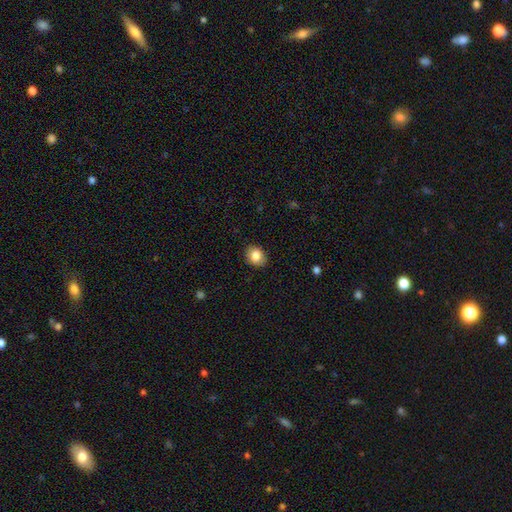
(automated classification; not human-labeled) Smooth or featured: smooth — 84% (star or artifact — 9%)
How rounded: round — 55% (in between — 44%)
Merging: none — 88% (minor disturbance — 9%)